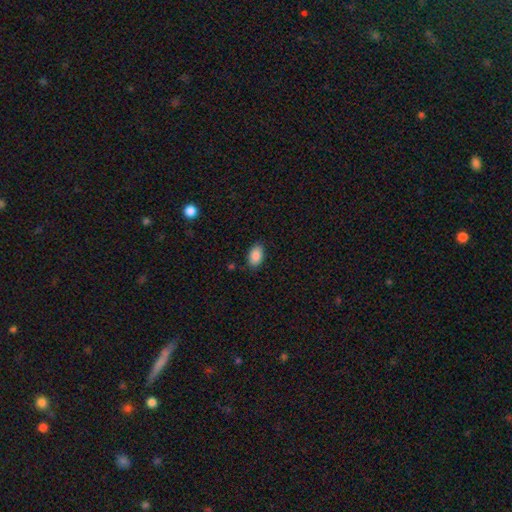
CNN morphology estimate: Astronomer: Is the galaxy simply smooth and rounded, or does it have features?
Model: smooth — 88%.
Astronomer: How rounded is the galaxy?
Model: in between — 91%.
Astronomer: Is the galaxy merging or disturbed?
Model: none — 85%.